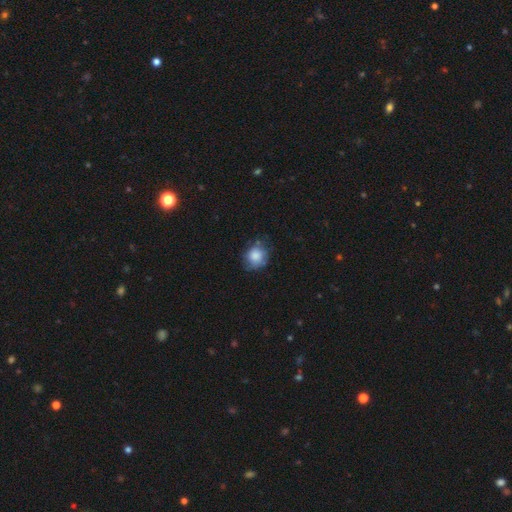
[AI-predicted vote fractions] A smooth galaxy with no disk features (79%) that is round (75%).

Vote fractions:
- Smooth or featured? smooth: 79% / featured or disk: 12% / star or artifact: 9%
- How rounded? round: 75% / in between: 24% / cigar-shaped: 1%
- Merging? none: 62% / minor disturbance: 28% / major disturbance: 8% / merger: 2%